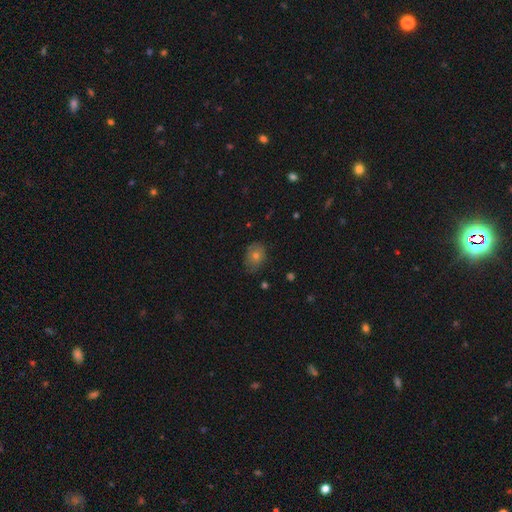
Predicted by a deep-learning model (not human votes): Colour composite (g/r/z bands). It shows a smooth galaxy with no disk features (59%) that is in between round and cigar-shaped (58%). Merging: none (72%).